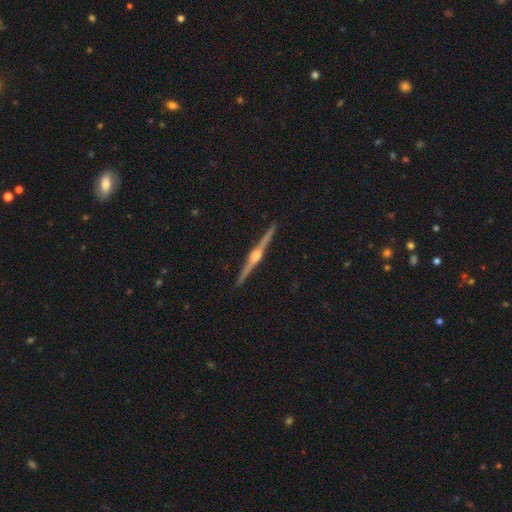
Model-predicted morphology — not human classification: smooth_or_featured: featured or disk (p=0.89) [alt: smooth p=0.06]
disk_edge_on: yes (p=0.99) [alt: no p=0.01]
edge_on_bulge: rounded (p=0.92) [alt: boxy p=0.05]
merging: none (p=0.93) [alt: minor disturbance p=0.04]